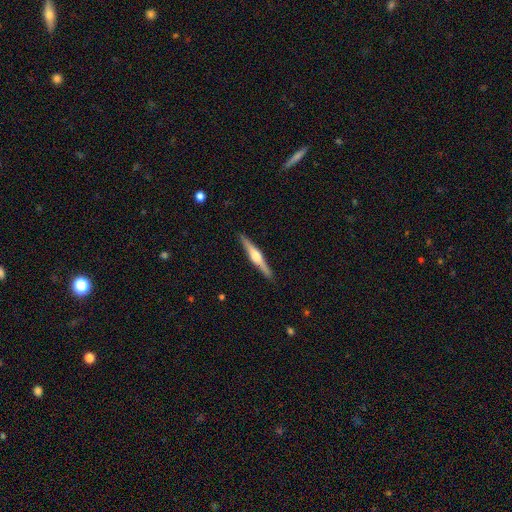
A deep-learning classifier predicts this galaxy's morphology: The model was most divided on "smooth or featured": featured or disk: 75%, smooth: 20%, star or artifact: 5%. More confident: edge-on disk — yes (98%); merging — none (91%); edge-on bulge — rounded (89%).